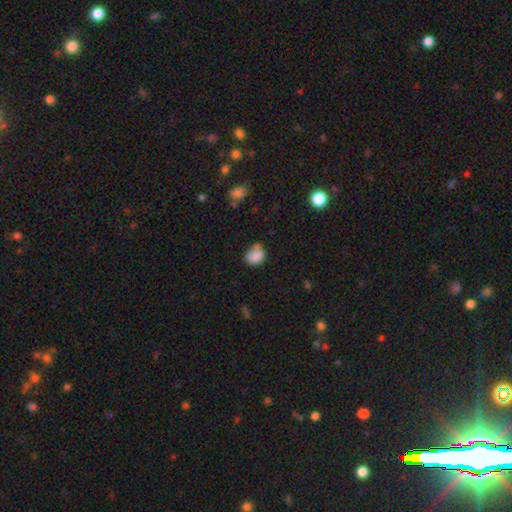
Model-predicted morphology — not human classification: Smooth or featured: smooth — 84% (star or artifact — 10%)
How rounded: round — 50% (in between — 49%)
Merging: none — 53% (minor disturbance — 29%)